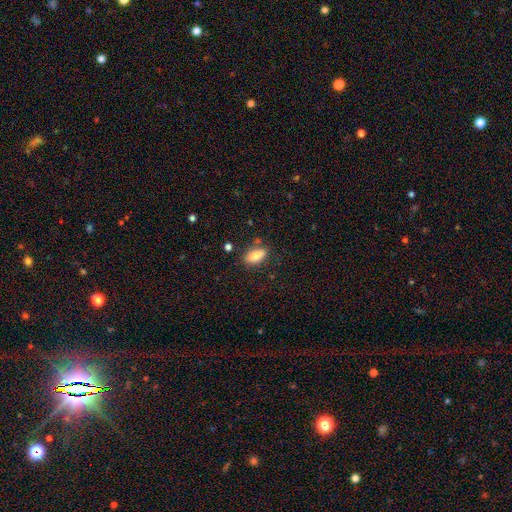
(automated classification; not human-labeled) smooth_or_featured: smooth (p=0.81) [alt: featured or disk p=0.12]
how_rounded: in between (p=0.86) [alt: cigar-shaped p=0.10]
merging: none (p=0.79) [alt: minor disturbance p=0.13]